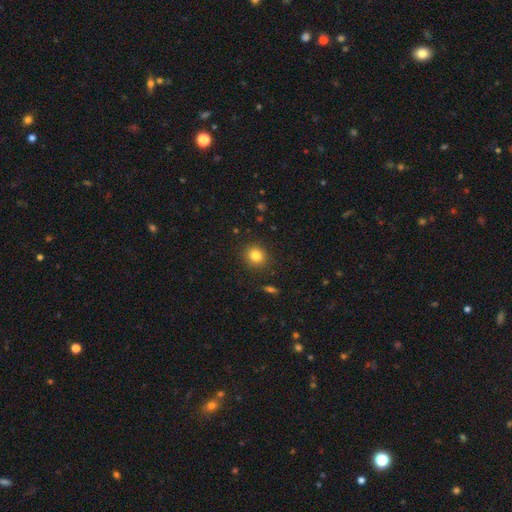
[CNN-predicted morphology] Smooth or featured? Predicted: smooth (p=0.82). How rounded? Predicted: round (p=0.84). Merging? Predicted: none (p=0.90).